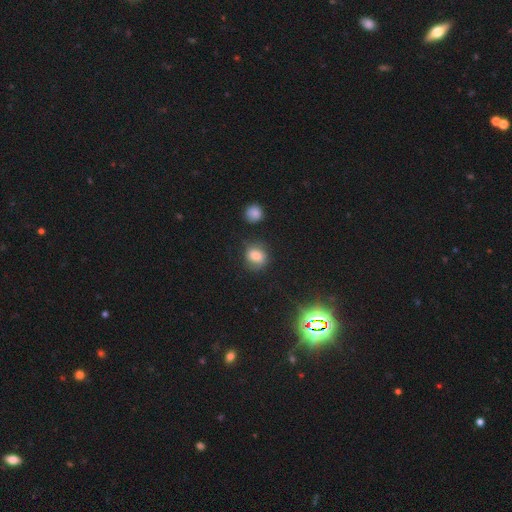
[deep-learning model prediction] Morphology: type=smooth (78%); roundness=round (57%); merging=none (66%).